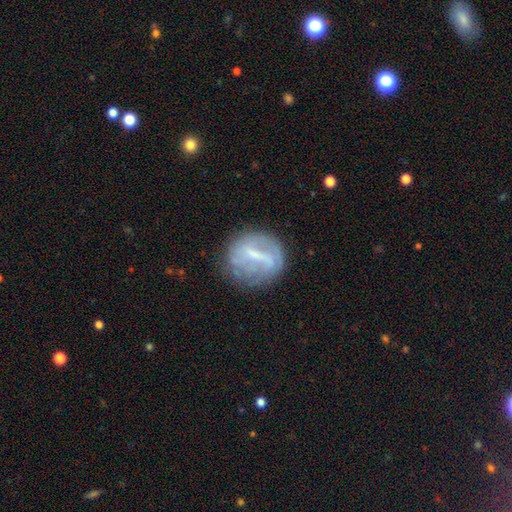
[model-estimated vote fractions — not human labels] This appears to be a featured or disk galaxy (64%) with a strong bar (52%), spiral arms (51%) and a small central bulge (44%). Merging: none (69%).